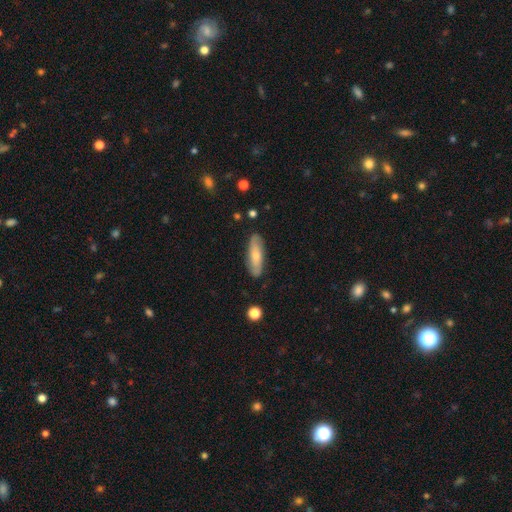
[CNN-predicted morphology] smooth_or_featured: smooth (p=0.55) [alt: featured or disk p=0.39]
how_rounded: in between (p=0.55) [alt: cigar-shaped p=0.42]
merging: none (p=0.85) [alt: minor disturbance p=0.11]